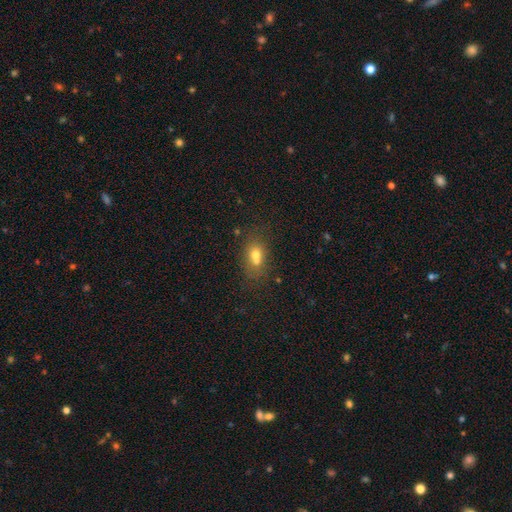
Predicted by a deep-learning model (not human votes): Morphology: type=smooth (66%); roundness=in between (65%); merging=none (45%).